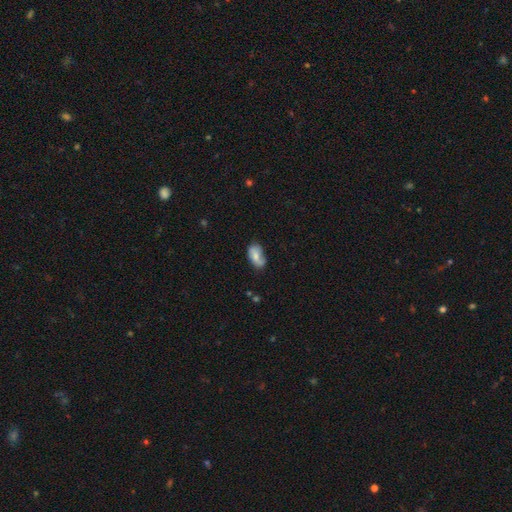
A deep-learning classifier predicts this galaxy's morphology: A smooth galaxy with no disk features (58%) that is in between round and cigar-shaped (92%). Merging: none (55%).